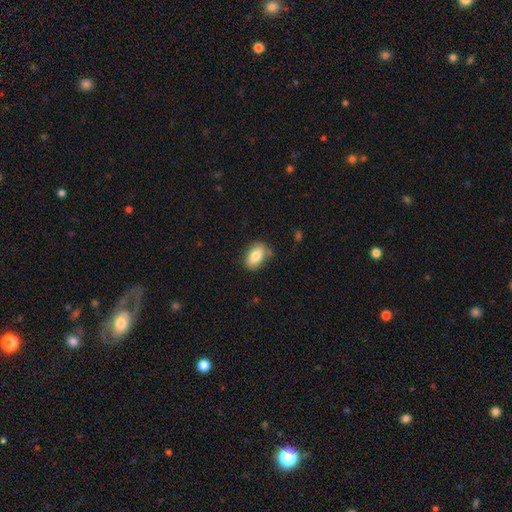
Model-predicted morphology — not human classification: smooth 82%, featured or disk 10%, star or artifact 8%. Down the decision tree: how rounded — in between (88%); merging — none (73%).